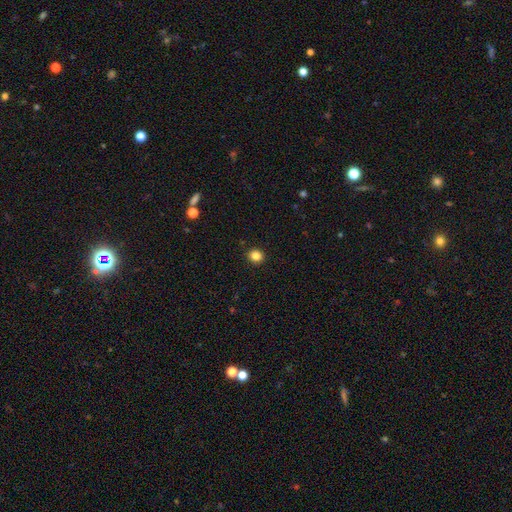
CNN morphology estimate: Smooth or featured? Predicted: smooth (p=0.84). How rounded? Predicted: round (p=0.87). Merging? Predicted: none (p=0.93).